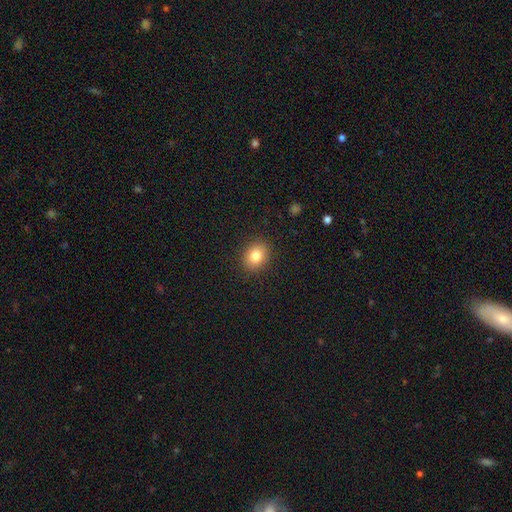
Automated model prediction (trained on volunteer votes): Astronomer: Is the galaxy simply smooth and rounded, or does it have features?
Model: smooth — 81%.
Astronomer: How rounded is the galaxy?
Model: round — 63%.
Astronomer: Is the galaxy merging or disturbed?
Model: none — 90%.